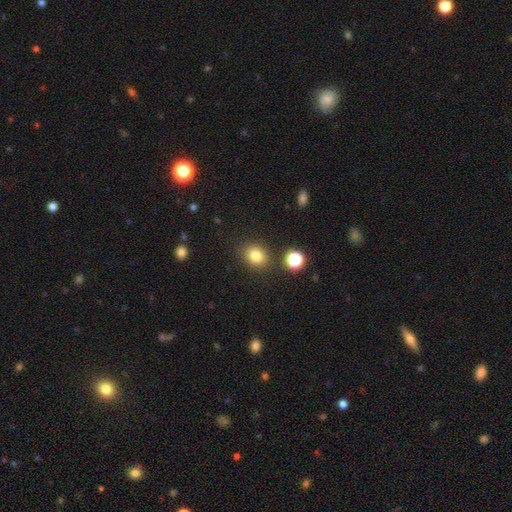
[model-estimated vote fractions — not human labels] Morphology: type=smooth (81%); roundness=round (62%); merging=none (84%).